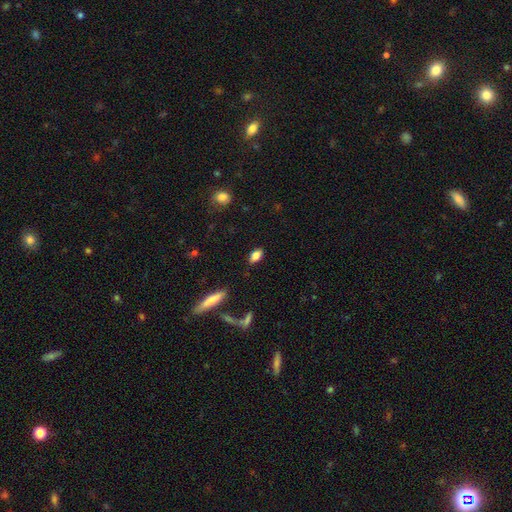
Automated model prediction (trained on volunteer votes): smooth_or_featured: smooth (p=0.78) [alt: featured or disk p=0.12]
how_rounded: in between (p=0.84) [alt: round p=0.09]
merging: none (p=0.82) [alt: minor disturbance p=0.13]